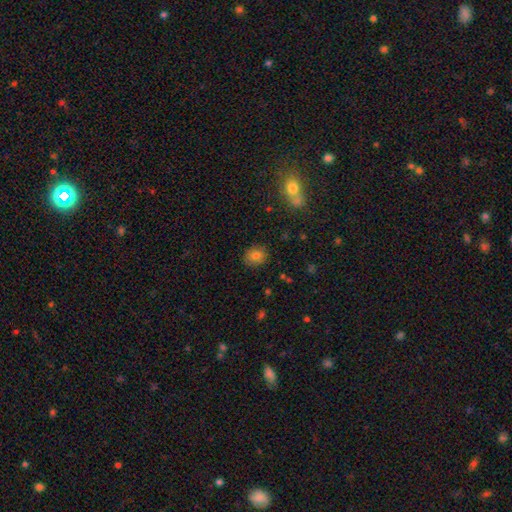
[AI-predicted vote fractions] smooth-or-featured: smooth: 81% | star or artifact: 12% | featured or disk: 8%
  how-rounded: round: 61% | in between: 38% | cigar-shaped: 1%
  merging: none: 87% | minor disturbance: 9% | major disturbance: 2% | merger: 2%